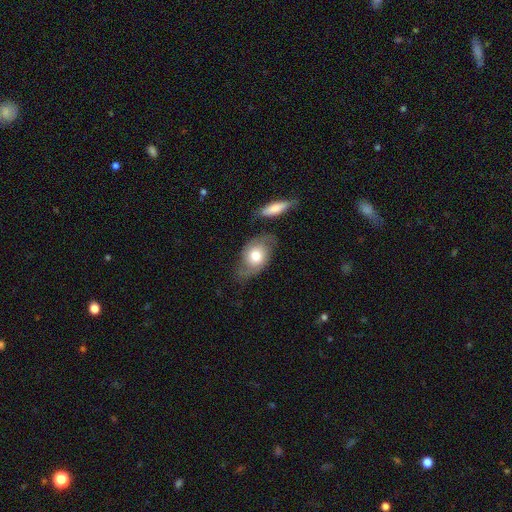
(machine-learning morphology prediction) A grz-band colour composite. It shows a smooth galaxy with no disk features (48%). Merging: none (57%).